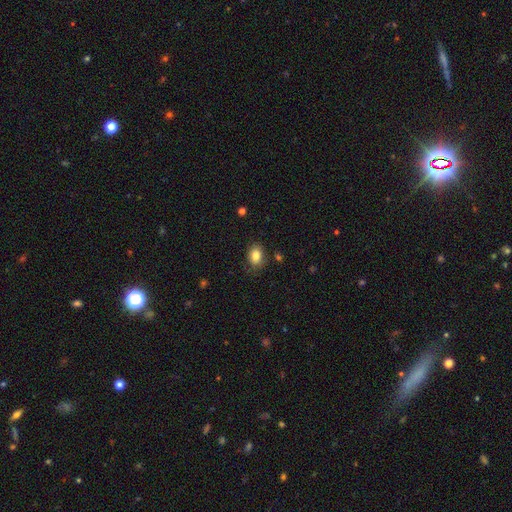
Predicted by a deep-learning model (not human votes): Smooth or featured: smooth — 84% (star or artifact — 9%)
How rounded: in between — 75% (round — 24%)
Merging: none — 78% (minor disturbance — 16%)